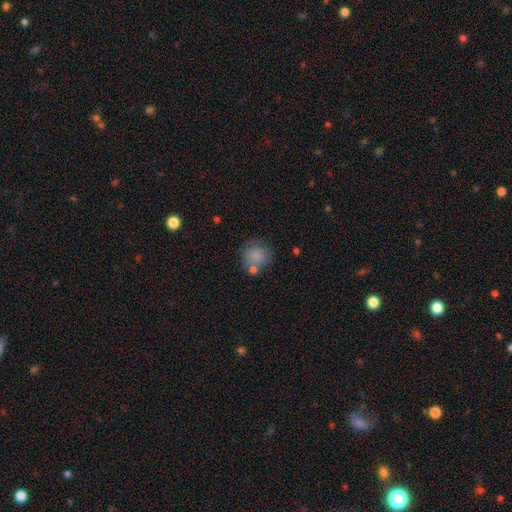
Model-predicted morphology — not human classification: A smooth galaxy with no disk features (83%) that is round (89%).

Vote fractions:
- Smooth or featured? smooth: 83% / star or artifact: 9% / featured or disk: 8%
- How rounded? round: 89% / in between: 10% / cigar-shaped: 1%
- Merging? none: 67% / merger: 14% / minor disturbance: 14% / major disturbance: 5%